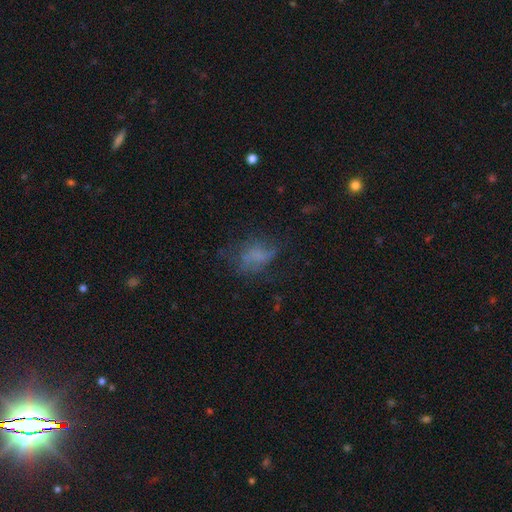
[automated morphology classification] type=smooth (50%); roundness=in between (76%); merging=none (47%).